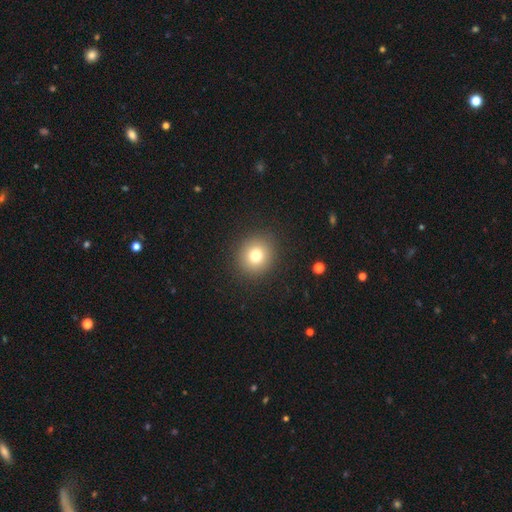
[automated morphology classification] smooth 78%, star or artifact 12%, featured or disk 10%. Down the decision tree: how rounded — round (87%); merging — none (90%).